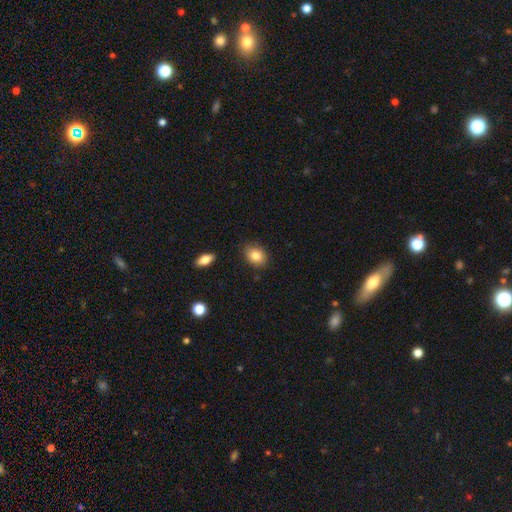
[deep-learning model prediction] Q: Smooth or featured?
A: smooth (83%); runner-up: star or artifact (9%)
Q: How rounded?
A: in between (65%); runner-up: round (34%)
Q: Merging?
A: none (85%); runner-up: minor disturbance (11%)